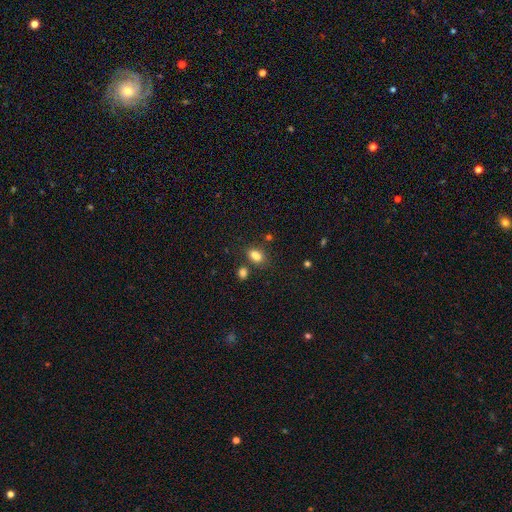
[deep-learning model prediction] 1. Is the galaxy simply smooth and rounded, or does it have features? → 80% smooth, 13% star or artifact, 7% featured or disk.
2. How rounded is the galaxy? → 75% in between, 23% round, 3% cigar-shaped.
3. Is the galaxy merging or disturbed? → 59% none, 23% merger, 13% minor disturbance, 5% major disturbance.